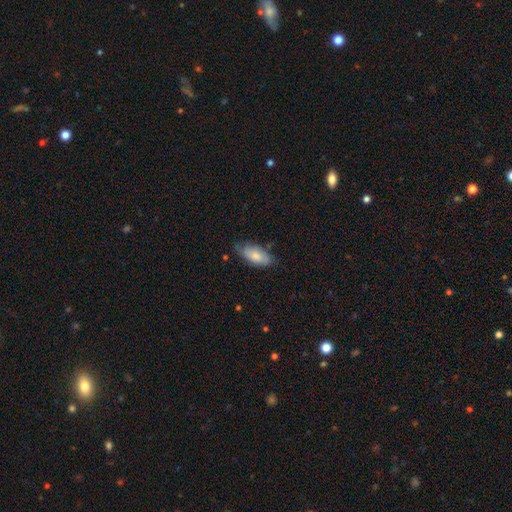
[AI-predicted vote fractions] Smooth or featured?
  - smooth: 75% *
  - featured or disk: 19%
  - star or artifact: 6%
How rounded?
  - in between: 89% *
  - cigar-shaped: 9%
  - round: 2%
Merging?
  - none: 67% *
  - minor disturbance: 26%
  - major disturbance: 5%
  - merger: 2%